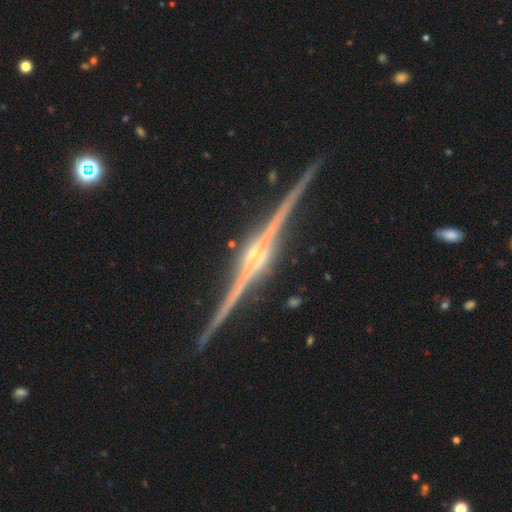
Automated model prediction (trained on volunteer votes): Smooth or featured? featured or disk (93%)
Edge-on disk? yes (99%)
Edge-on bulge? rounded (83%)
Merging? none (92%)